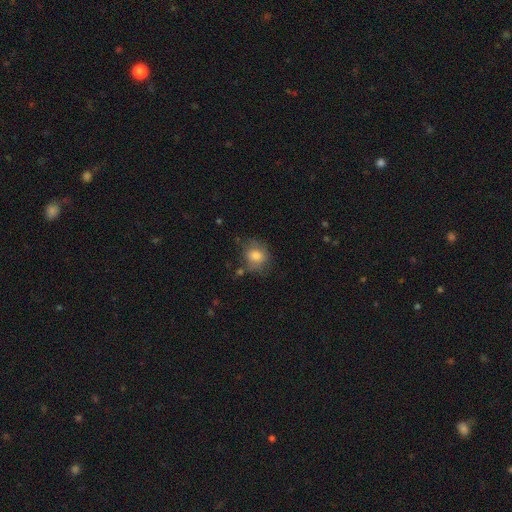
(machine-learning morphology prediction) smooth_or_featured: smooth (p=0.77) [alt: featured or disk p=0.14]
how_rounded: round (p=0.62) [alt: in between p=0.37]
merging: none (p=0.61) [alt: minor disturbance p=0.24]